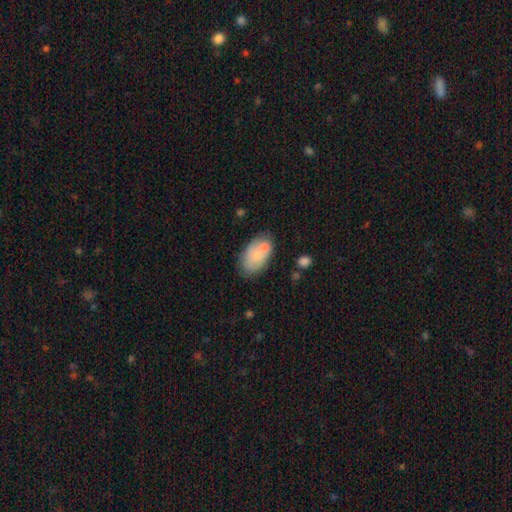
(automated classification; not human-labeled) This appears to be a smooth galaxy with no disk features (71%) that is in between round and cigar-shaped (92%). Merging: none (54%).